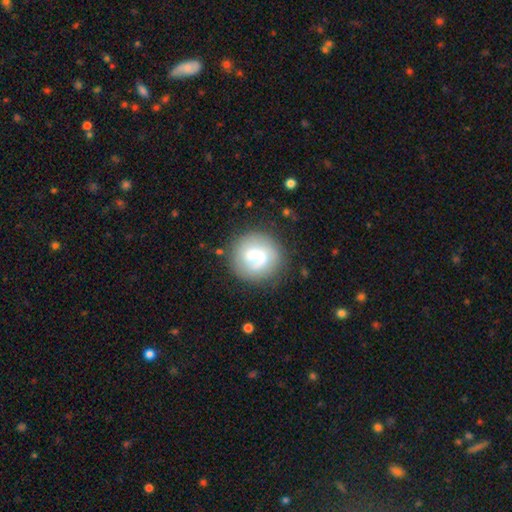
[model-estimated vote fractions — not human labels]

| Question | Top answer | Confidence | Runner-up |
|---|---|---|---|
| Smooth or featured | featured or disk | 48% | smooth (45%) |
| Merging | none | 71% | minor disturbance (15%) |